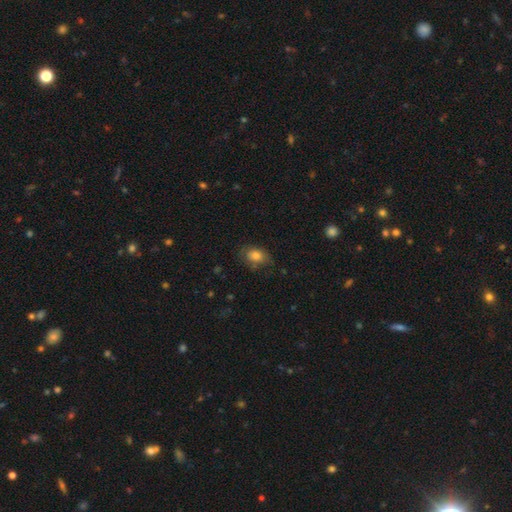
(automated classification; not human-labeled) Q: Smooth or featured?
A: smooth (75%); runner-up: featured or disk (16%)
Q: How rounded?
A: in between (74%); runner-up: round (24%)
Q: Merging?
A: none (67%); runner-up: minor disturbance (24%)